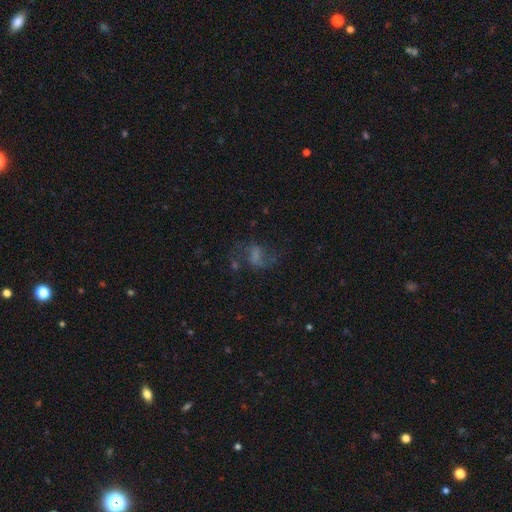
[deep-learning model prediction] A featured or disk galaxy (55%) with a weak bar (42%), spiral arms (77%) and no central bulge (57%).

Vote fractions:
- Smooth or featured? featured or disk: 55% / smooth: 25% / star or artifact: 20%
- Edge-on disk? no: 97% / yes: 3%
- Bar? weak: 42% / no: 38% / strong: 19%
- Spiral arms? yes: 77% / no: 23%
- Bulge size? none: 57% / small: 17% / moderate: 15% / large: 9% / dominant: 2%
- Merging? none: 52% / major disturbance: 26% / minor disturbance: 18% / merger: 4%